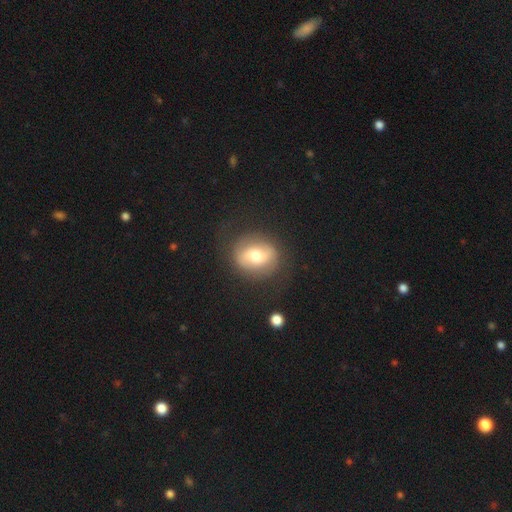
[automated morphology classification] smooth-or-featured: smooth: 48% | featured or disk: 44% | star or artifact: 8%
  merging: none: 78% | minor disturbance: 13% | major disturbance: 7% | merger: 1%